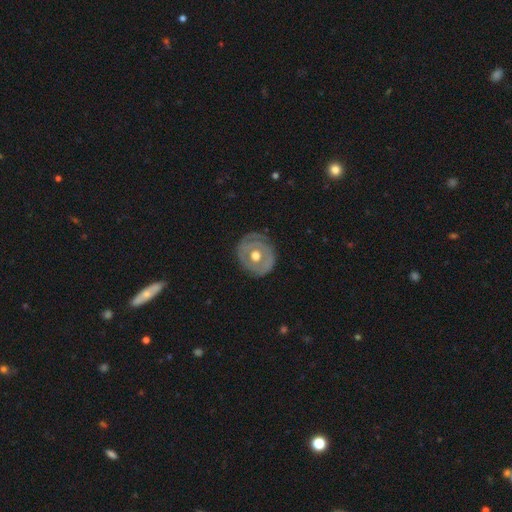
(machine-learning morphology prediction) This appears to be a featured or disk galaxy (66%) with no bar (84%), no spiral arms (53%) and a moderate central bulge (80%). Merging: none (78%).